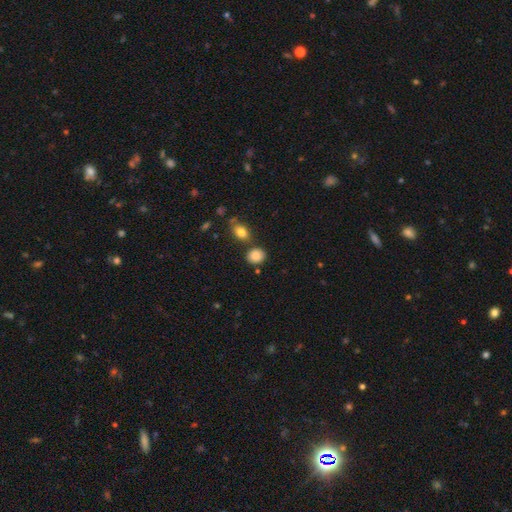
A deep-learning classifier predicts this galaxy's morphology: Smooth or featured? Predicted: smooth (p=0.85). How rounded? Predicted: round (p=0.65). Merging? Predicted: none (p=0.74).